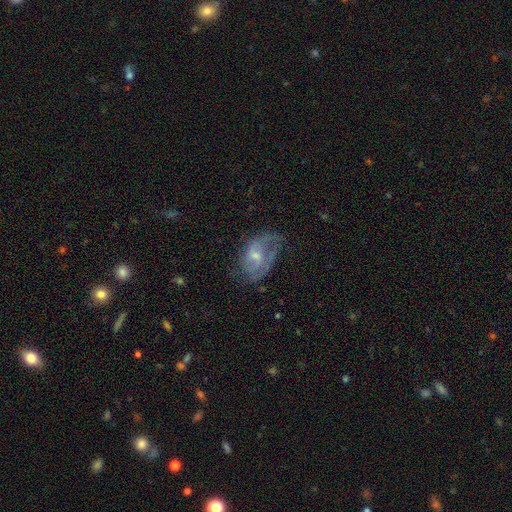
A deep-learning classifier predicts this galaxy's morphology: Smooth or featured: featured or disk — 70% (smooth — 22%)
Edge-on disk: no — 96% (yes — 4%)
Bar: no — 57% (weak — 37%)
Spiral arms: yes — 80% (no — 20%)
Spiral winding: medium — 44% (tight — 30%)
Spiral arm count: 2 — 47% (can't tell — 27%)
Bulge size: small — 49% (moderate — 42%)
Merging: none — 49% (minor disturbance — 26%)